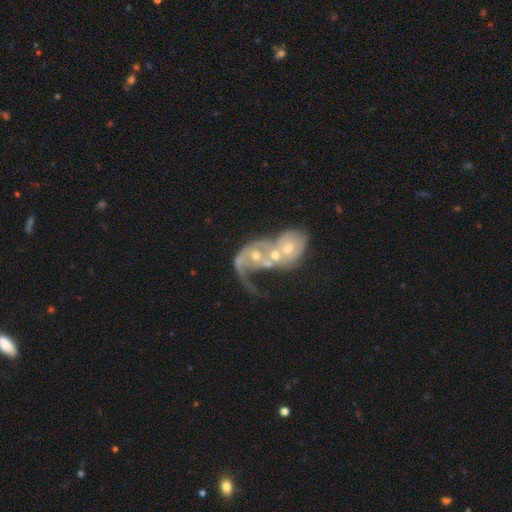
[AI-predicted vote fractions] The model was most divided on "spiral arms": yes: 61%, no: 39%. More confident: edge-on disk — no (96%); merging — merger (76%); bar — no (75%); smooth or featured — featured or disk (72%); bulge size — moderate (55%).